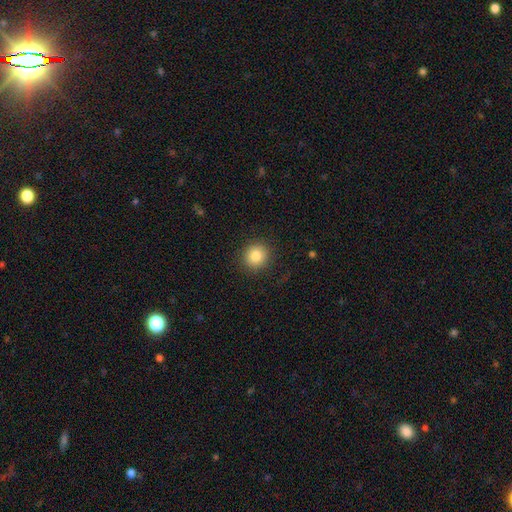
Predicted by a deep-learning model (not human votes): Overall: smooth (83%). How rounded: round (90%). Merging: none (90%).